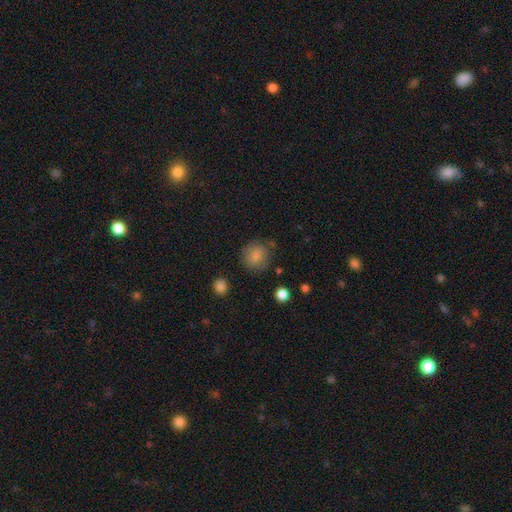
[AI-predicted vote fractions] Smooth or featured: smooth — 81% (featured or disk — 10%)
How rounded: round — 85% (in between — 14%)
Merging: none — 79% (minor disturbance — 14%)